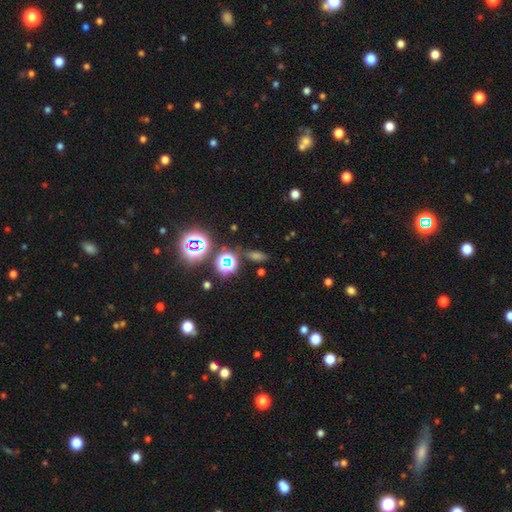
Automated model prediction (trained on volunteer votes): Smooth or featured? Predicted: star or artifact (p=0.48).